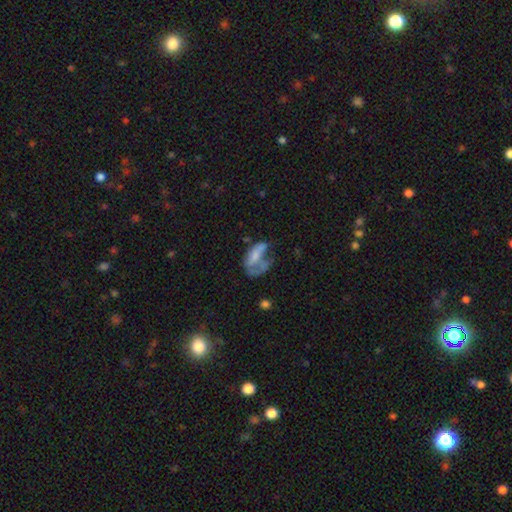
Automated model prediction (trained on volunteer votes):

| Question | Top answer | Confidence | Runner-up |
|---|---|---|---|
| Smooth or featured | smooth | 49% | featured or disk (40%) |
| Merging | major disturbance | 46% | none (21%) |